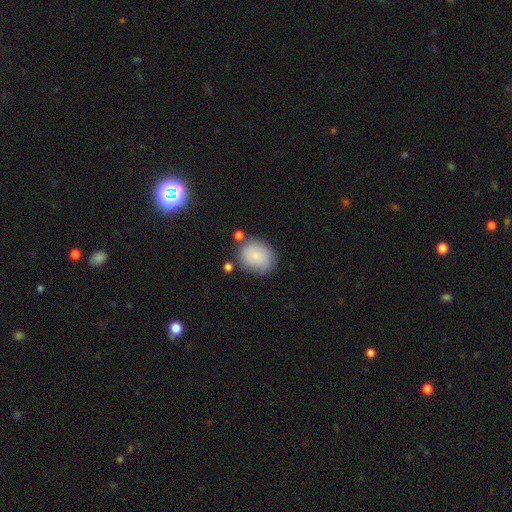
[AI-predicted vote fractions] Smooth or featured? Predicted: smooth (p=0.72). How rounded? Predicted: round (p=0.61). Merging? Predicted: none (p=0.68).